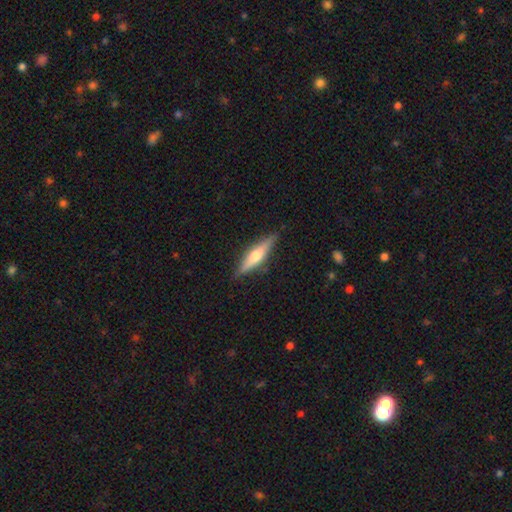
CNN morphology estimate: smooth-or-featured: featured or disk: 51% | smooth: 43% | star or artifact: 6%
  disk-edge-on: yes: 93% | no: 7%
  merging: none: 85% | minor disturbance: 11% | major disturbance: 2% | merger: 1%